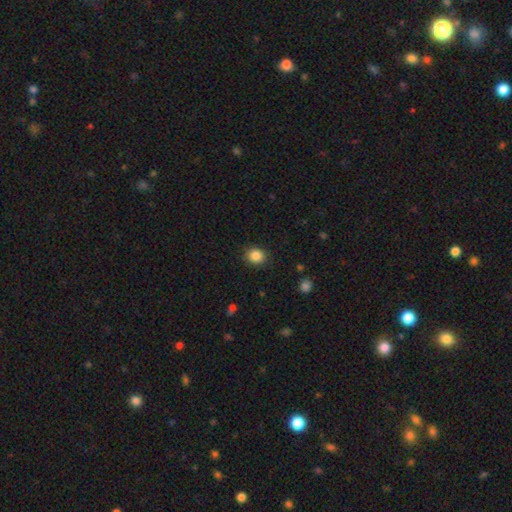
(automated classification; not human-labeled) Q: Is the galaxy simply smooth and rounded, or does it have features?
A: smooth — 87%.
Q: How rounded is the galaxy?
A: round — 74%.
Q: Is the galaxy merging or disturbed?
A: none — 88%.